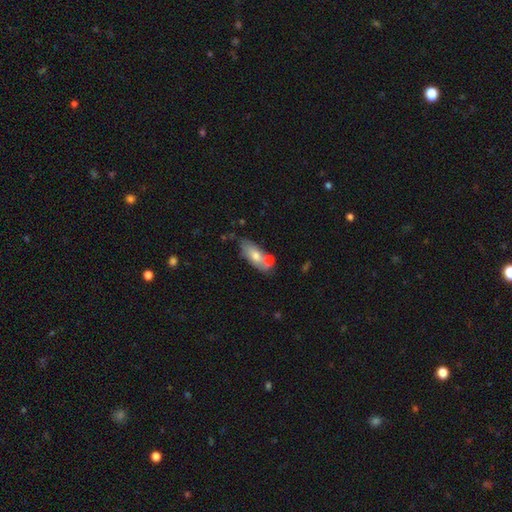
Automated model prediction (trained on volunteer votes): smooth-or-featured: smooth: 66% | featured or disk: 28% | star or artifact: 6%
  how-rounded: in between: 81% | cigar-shaped: 16% | round: 3%
  merging: none: 52% | merger: 26% | minor disturbance: 18% | major disturbance: 5%